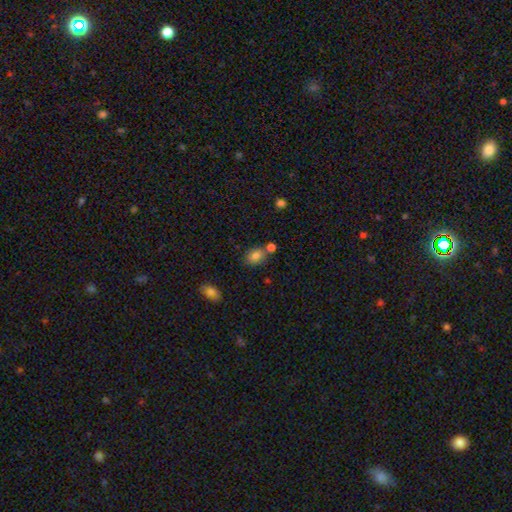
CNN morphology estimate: Smooth or featured? smooth (79%)
How rounded? in between (70%)
Merging? none (68%)